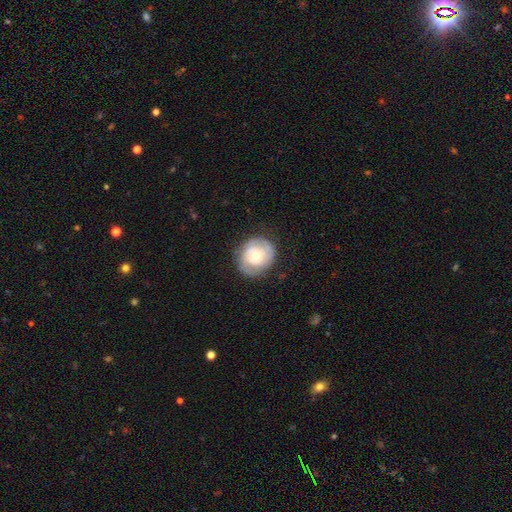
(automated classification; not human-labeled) smooth-or-featured: featured or disk: 66% | smooth: 28% | star or artifact: 6%
  disk-edge-on: no: 98% | yes: 2%
    bar: no: 73% | weak: 22% | strong: 5%
    has-spiral-arms: yes: 84% | no: 16%
      spiral-winding: tight: 64% | medium: 28% | loose: 8%
      spiral-arm-count: 2: 55% | can't tell: 25% | 3: 10% | 1: 5% | 4: 3% | more than 4: 2%
    bulge-size: moderate: 56% | small: 36% | large: 5% | none: 1% | dominant: 1%
  merging: none: 79% | minor disturbance: 15% | major disturbance: 5% | merger: 1%